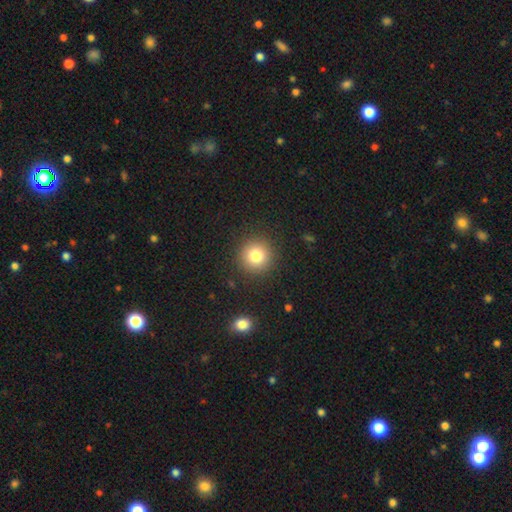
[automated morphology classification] Q: Smooth or featured?
A: smooth (81%); runner-up: star or artifact (11%)
Q: How rounded?
A: round (94%); runner-up: in between (5%)
Q: Merging?
A: none (90%); runner-up: minor disturbance (6%)